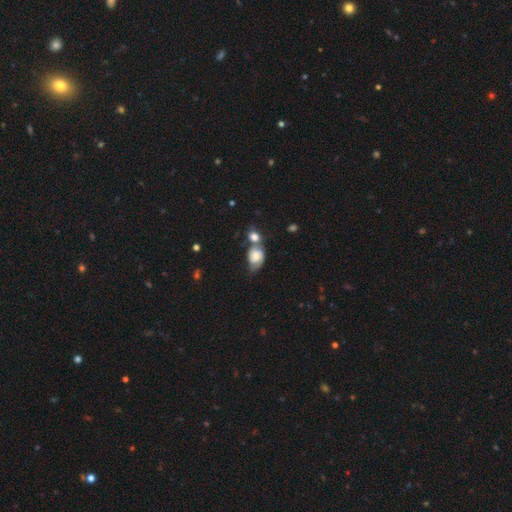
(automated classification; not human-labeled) Morphology: type=smooth (58%); roundness=in between (66%); merging=merger (41%).